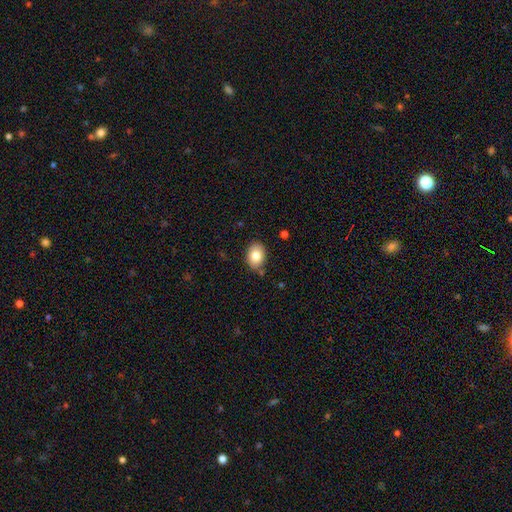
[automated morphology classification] This is clearly a smooth galaxy (81%). How rounded: likely in between (75%). Merging: clearly none (84%).